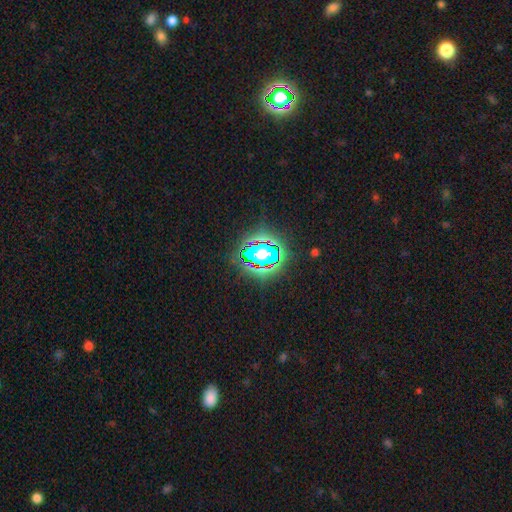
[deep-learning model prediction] The model was most divided on "smooth or featured": star or artifact: 77%, smooth: 13%, featured or disk: 9%.